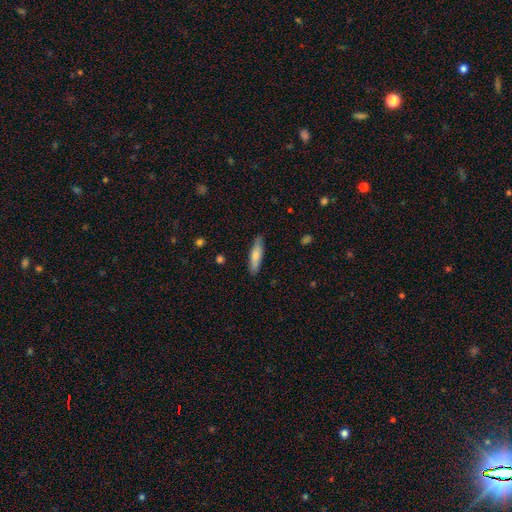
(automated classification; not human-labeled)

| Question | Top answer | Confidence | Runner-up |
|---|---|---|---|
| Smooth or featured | smooth | 73% | featured or disk (22%) |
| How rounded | cigar-shaped | 73% | in between (25%) |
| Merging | none | 85% | minor disturbance (11%) |